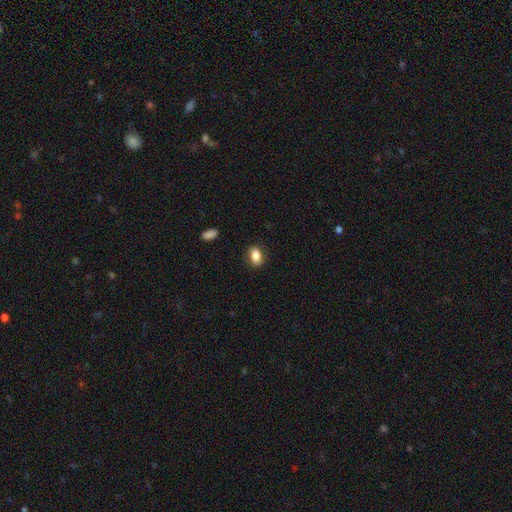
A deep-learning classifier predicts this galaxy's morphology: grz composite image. It shows a smooth galaxy with no disk features (86%) that is in between round and cigar-shaped (85%). Merging: none (86%).